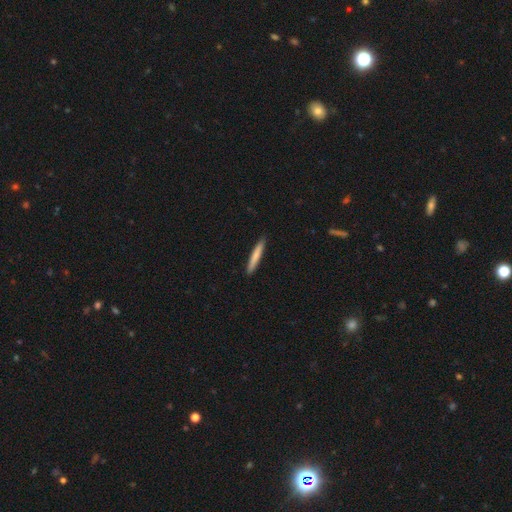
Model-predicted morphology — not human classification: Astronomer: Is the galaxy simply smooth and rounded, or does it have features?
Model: smooth — 76%.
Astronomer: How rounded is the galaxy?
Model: cigar-shaped — 95%.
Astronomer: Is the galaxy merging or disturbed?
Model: none — 91%.